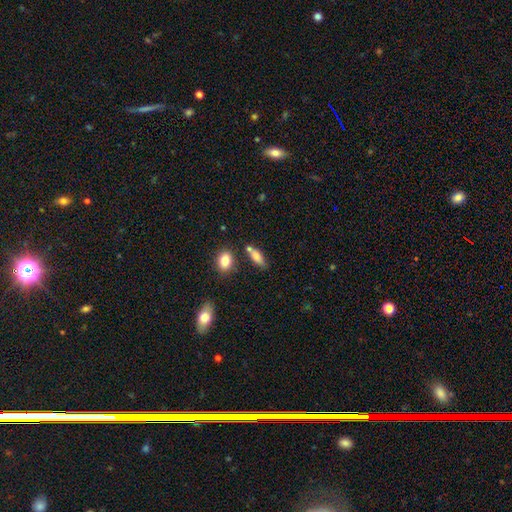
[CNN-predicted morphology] A smooth galaxy with no disk features (78%) that is in between round and cigar-shaped (67%). Merging: none (62%).